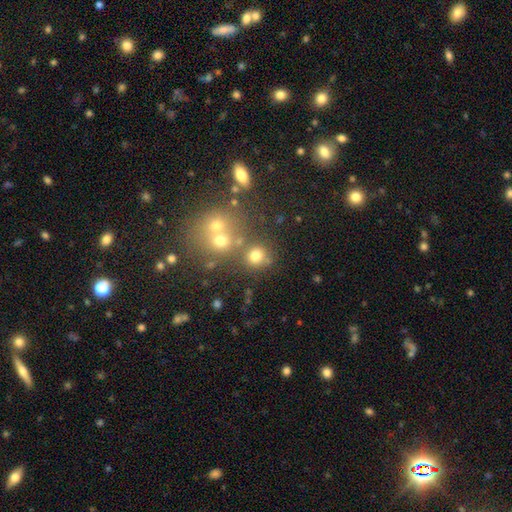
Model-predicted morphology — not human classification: smooth-or-featured: smooth: 73% | star or artifact: 18% | featured or disk: 9%
  how-rounded: round: 84% | in between: 15% | cigar-shaped: 1%
  merging: none: 65% | merger: 20% | minor disturbance: 10% | major disturbance: 5%